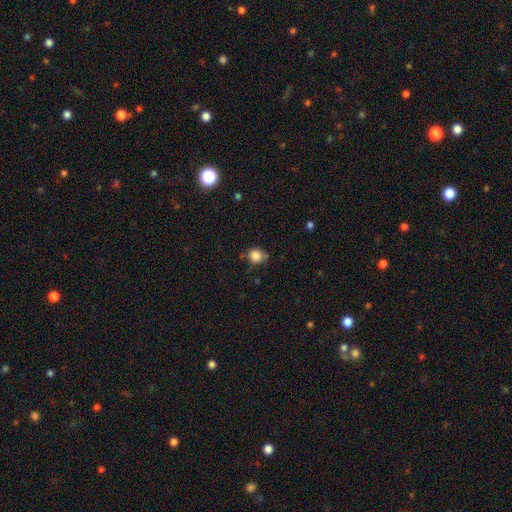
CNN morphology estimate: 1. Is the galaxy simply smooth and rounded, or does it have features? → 84% smooth, 10% star or artifact, 6% featured or disk.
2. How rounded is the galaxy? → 73% round, 26% in between, 1% cigar-shaped.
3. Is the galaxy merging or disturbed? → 64% none, 27% minor disturbance, 6% major disturbance, 4% merger.